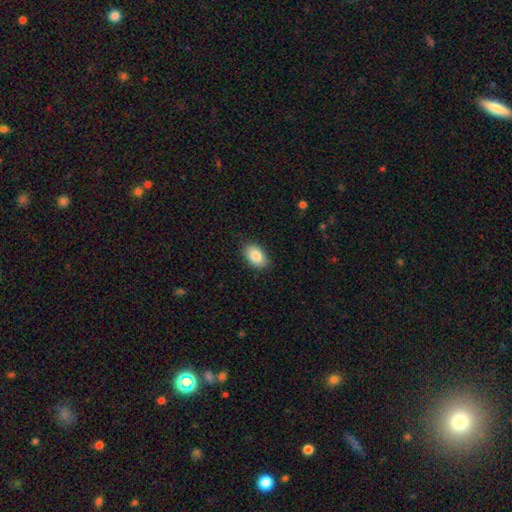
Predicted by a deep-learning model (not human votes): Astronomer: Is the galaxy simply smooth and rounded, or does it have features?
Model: smooth — 86%.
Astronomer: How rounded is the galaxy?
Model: in between — 91%.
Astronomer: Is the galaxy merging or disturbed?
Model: none — 87%.